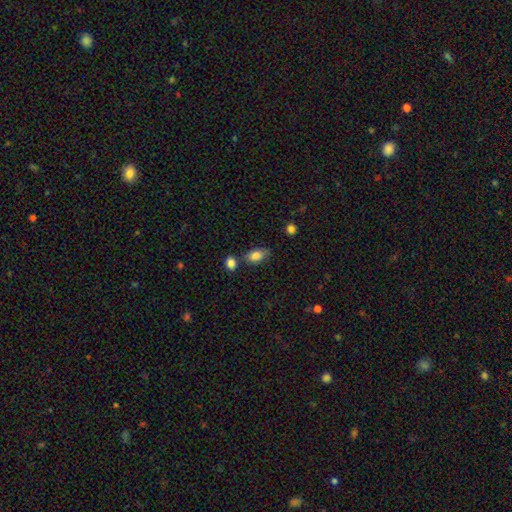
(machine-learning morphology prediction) The model was most divided on "merging": none: 62%, minor disturbance: 21%, merger: 12%, major disturbance: 5%. More confident: how rounded — in between (88%); smooth or featured — smooth (85%).